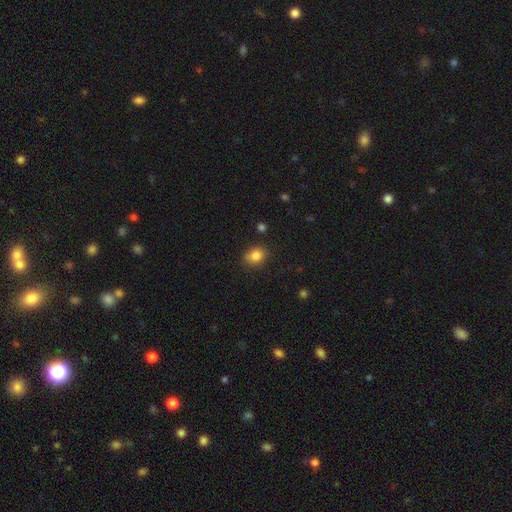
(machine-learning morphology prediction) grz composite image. It shows a smooth galaxy with no disk features (85%) that is round (50%). Merging: none (82%).